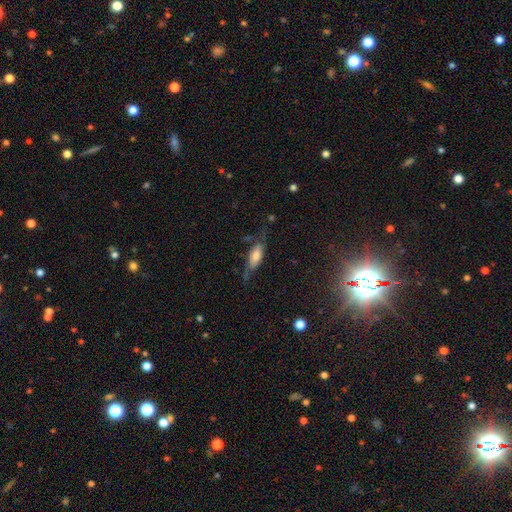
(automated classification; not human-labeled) This is possibly a smooth galaxy (55%). How rounded: likely in between (69%). Merging: possibly none (52%).